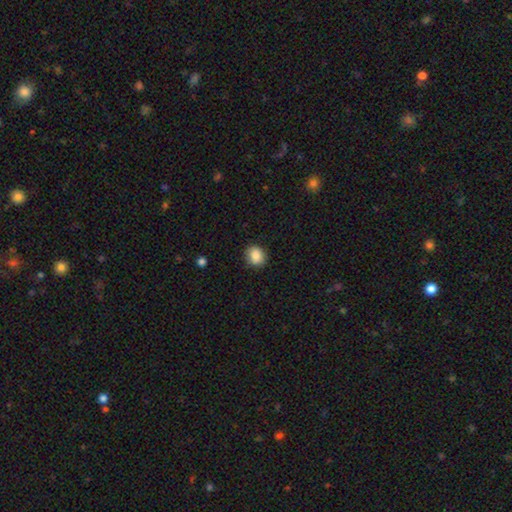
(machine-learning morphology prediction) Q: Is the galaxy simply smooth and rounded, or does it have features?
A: smooth — 87%.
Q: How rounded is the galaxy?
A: round — 73%.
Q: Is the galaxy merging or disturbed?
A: none — 87%.